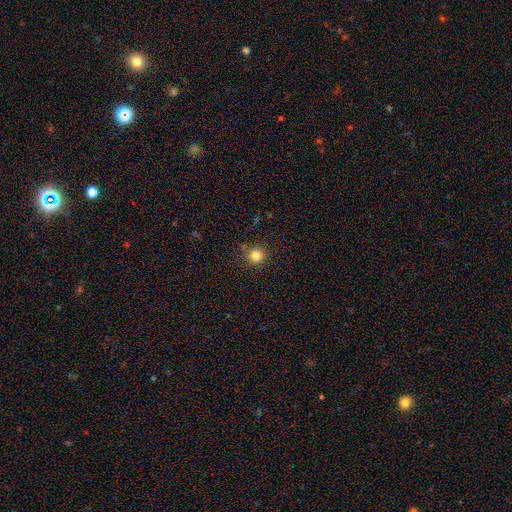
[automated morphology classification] This appears to be a smooth galaxy with no disk features (82%) that is round (92%). Merging: none (87%).